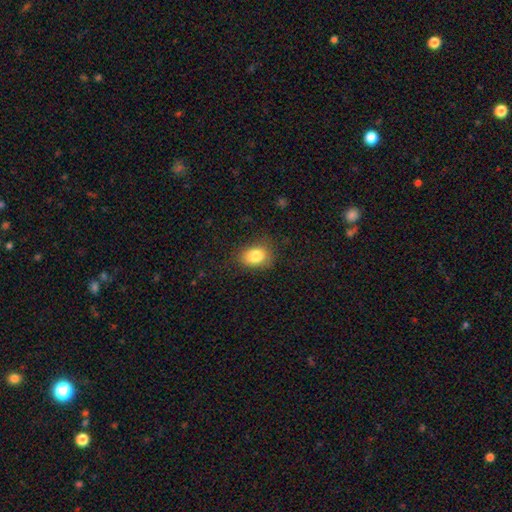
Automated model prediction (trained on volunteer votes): Q: Smooth or featured?
A: smooth (82%); runner-up: star or artifact (10%)
Q: How rounded?
A: in between (63%); runner-up: round (36%)
Q: Merging?
A: none (76%); runner-up: minor disturbance (17%)